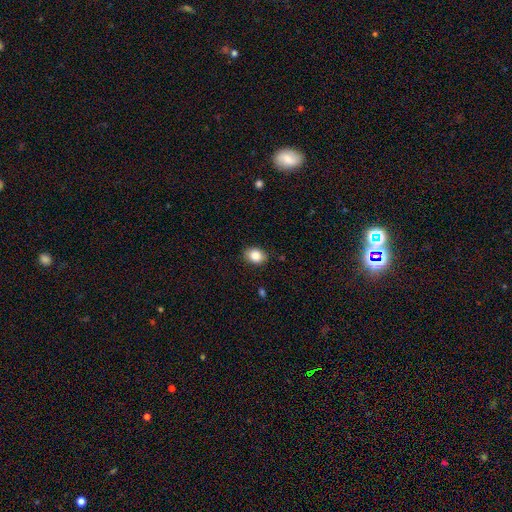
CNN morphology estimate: Smooth or featured? Predicted: smooth (p=0.86). How rounded? Predicted: in between (p=0.62). Merging? Predicted: none (p=0.84).